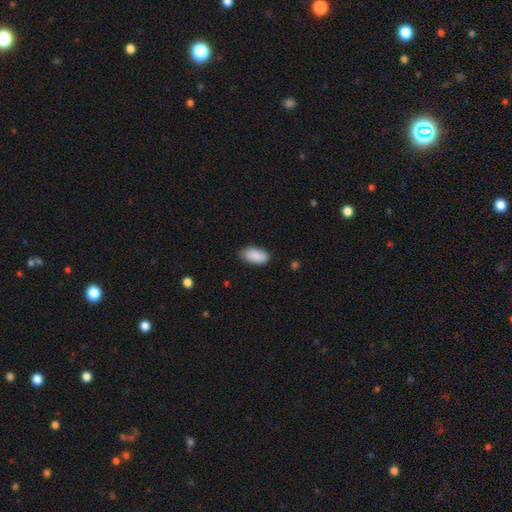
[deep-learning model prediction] This is clearly a smooth galaxy (90%). How rounded: clearly in between (94%). Merging: likely none (78%).